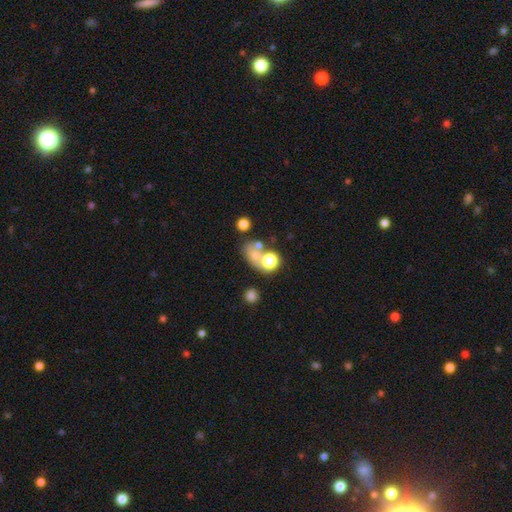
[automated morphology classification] Smooth or featured?
  - smooth: 60% *
  - featured or disk: 21%
  - star or artifact: 19%
How rounded?
  - round: 49% *
  - in between: 48%
  - cigar-shaped: 2%
Merging?
  - merger: 45% *
  - none: 33%
  - major disturbance: 11%
  - minor disturbance: 11%